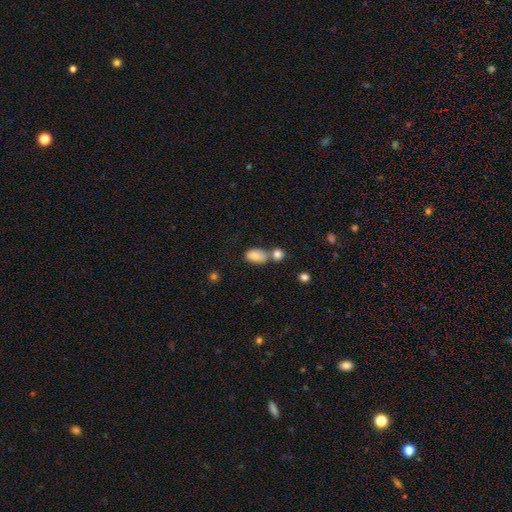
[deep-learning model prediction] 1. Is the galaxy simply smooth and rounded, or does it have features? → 82% smooth, 10% featured or disk, 8% star or artifact.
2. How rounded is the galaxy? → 87% in between, 11% round, 2% cigar-shaped.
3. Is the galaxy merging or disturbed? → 43% none, 39% merger, 13% minor disturbance, 5% major disturbance.